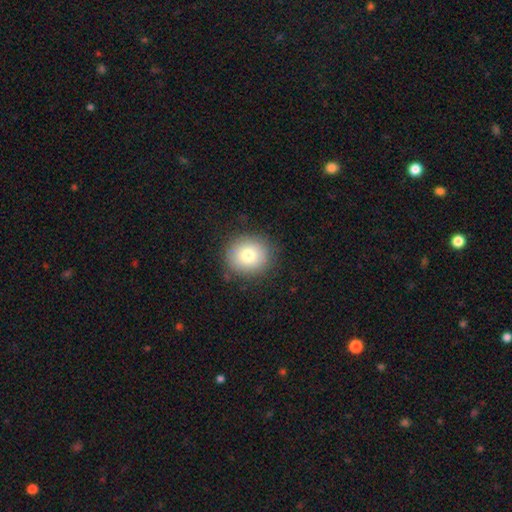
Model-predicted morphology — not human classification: This is likely a smooth galaxy (76%). How rounded: clearly round (83%). Merging: clearly none (88%).